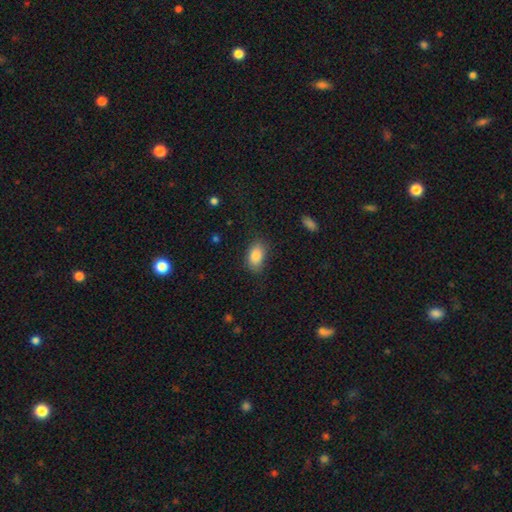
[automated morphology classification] smooth 86%, star or artifact 8%, featured or disk 6%. Down the decision tree: how rounded — in between (90%); merging — none (78%).